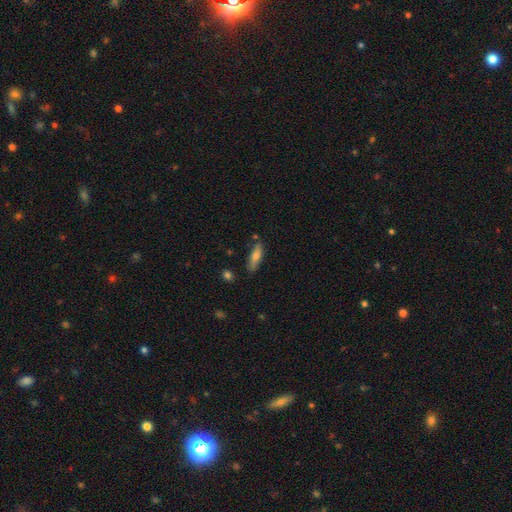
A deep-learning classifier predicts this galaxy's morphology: Smooth or featured?
  - smooth: 71% *
  - featured or disk: 22%
  - star or artifact: 7%
How rounded?
  - cigar-shaped: 51% *
  - in between: 47%
  - round: 2%
Merging?
  - none: 78% *
  - minor disturbance: 15%
  - merger: 4%
  - major disturbance: 3%